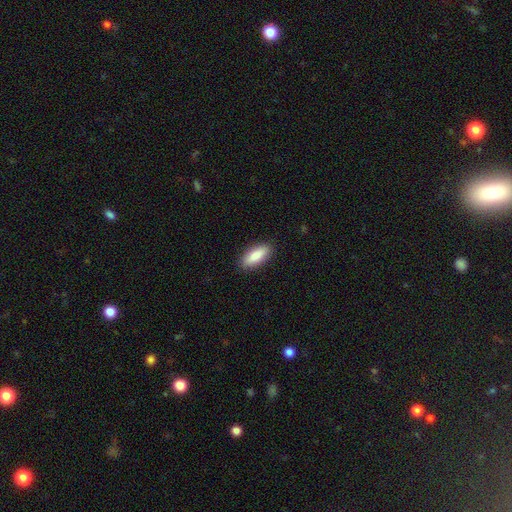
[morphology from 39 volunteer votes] This appears to be a smooth galaxy with no disk features (95%) that is cigar-shaped (54%). Merging: none (92%).